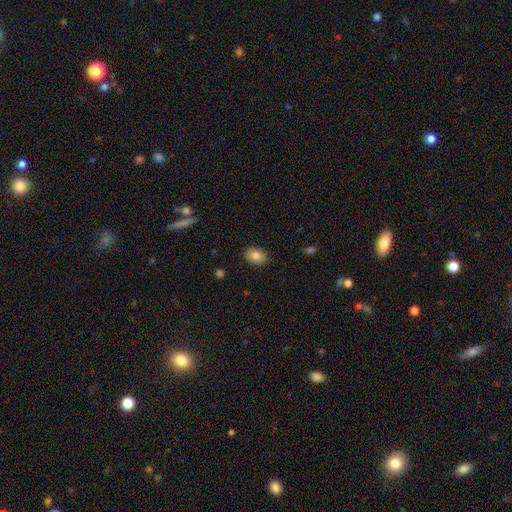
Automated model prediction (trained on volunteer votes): A smooth galaxy with no disk features (84%) that is in between round and cigar-shaped (72%). Merging: none (87%).